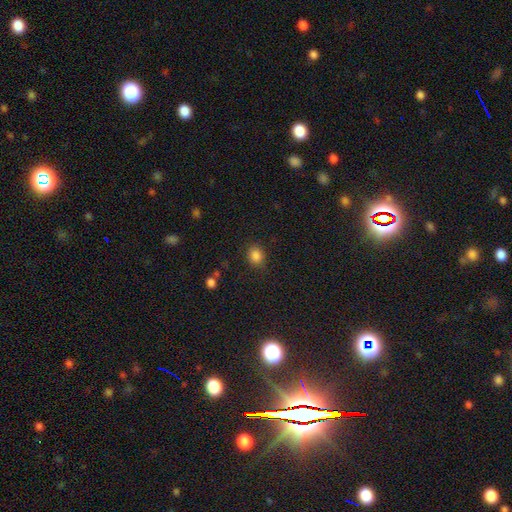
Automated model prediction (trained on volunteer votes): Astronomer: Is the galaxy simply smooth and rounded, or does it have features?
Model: smooth — 84%.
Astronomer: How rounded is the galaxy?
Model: round — 62%.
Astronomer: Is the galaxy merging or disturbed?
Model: none — 82%.